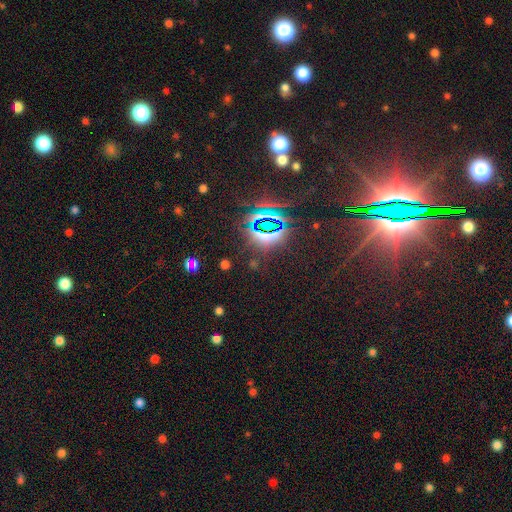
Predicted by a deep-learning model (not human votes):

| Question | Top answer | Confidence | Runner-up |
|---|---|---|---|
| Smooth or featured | star or artifact | 81% | featured or disk (10%) |